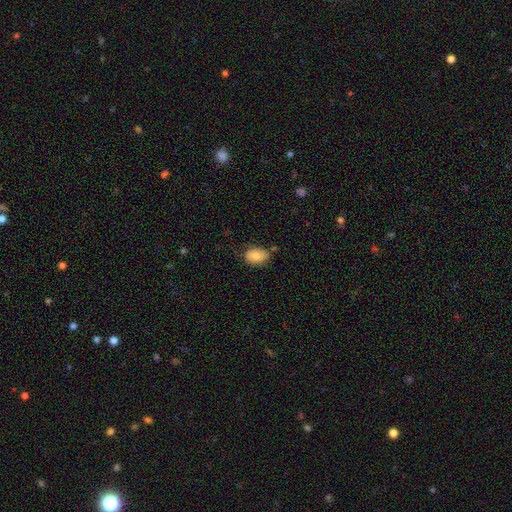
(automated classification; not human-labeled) A smooth galaxy with no disk features (84%) that is in between round and cigar-shaped (84%).

Vote fractions:
- Smooth or featured? smooth: 84% / featured or disk: 8% / star or artifact: 7%
- How rounded? in between: 84% / round: 15% / cigar-shaped: 1%
- Merging? none: 69% / minor disturbance: 23% / major disturbance: 4% / merger: 4%